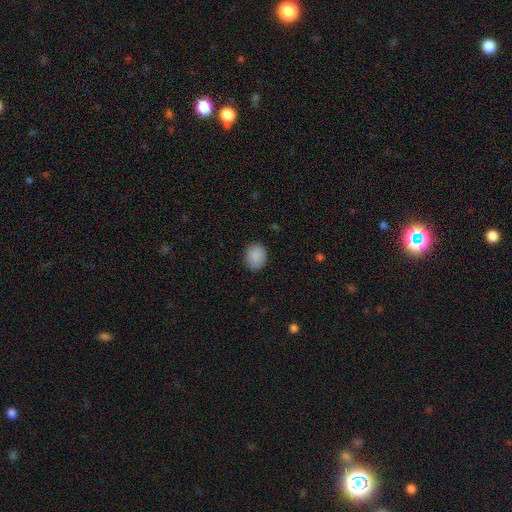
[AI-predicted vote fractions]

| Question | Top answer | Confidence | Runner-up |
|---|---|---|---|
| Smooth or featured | smooth | 88% | star or artifact (8%) |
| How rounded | round | 62% | in between (37%) |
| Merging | none | 83% | minor disturbance (13%) |